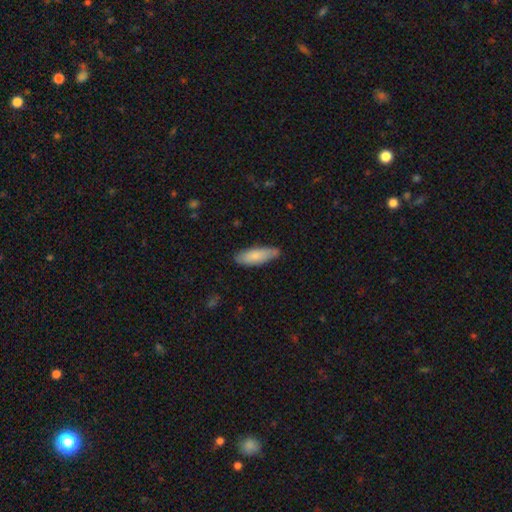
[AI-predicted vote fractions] Morphology: type=smooth (81%); roundness=in between (58%); merging=none (74%).